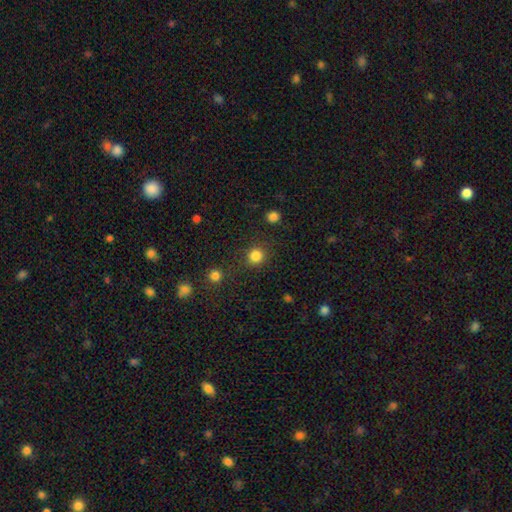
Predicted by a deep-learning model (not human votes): The model was most divided on "smooth or featured": smooth: 84%, star or artifact: 13%, featured or disk: 4%. More confident: how rounded — round (91%); merging — none (84%).